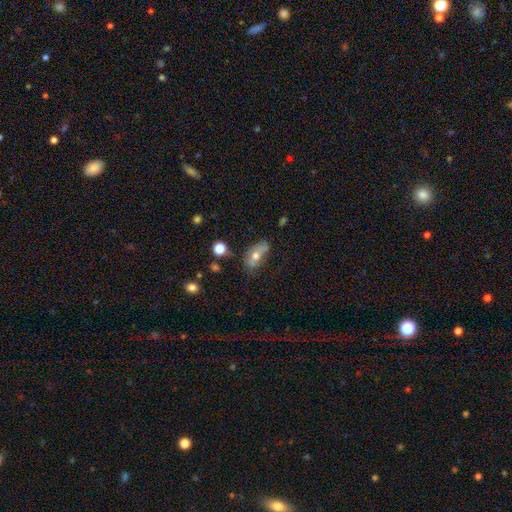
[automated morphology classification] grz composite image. It shows a smooth galaxy with no disk features (58%) that is in between round and cigar-shaped (83%). Merging: none (52%).